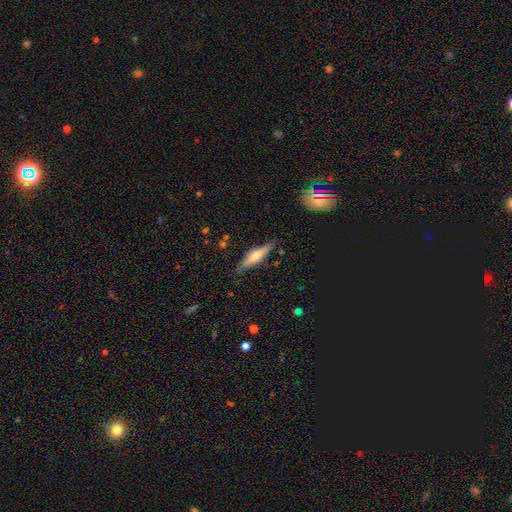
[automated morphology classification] This is possibly a featured or disk galaxy (50%). Merging: clearly none (81%).